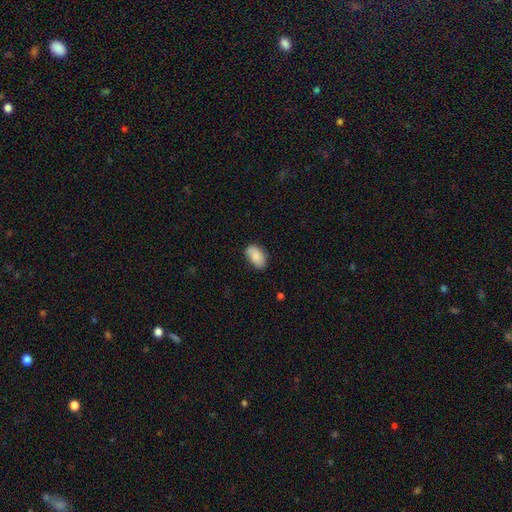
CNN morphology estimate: Smooth or featured?
  - smooth: 82% *
  - featured or disk: 11%
  - star or artifact: 7%
How rounded?
  - in between: 93% *
  - round: 6%
  - cigar-shaped: 2%
Merging?
  - none: 71% *
  - minor disturbance: 23%
  - major disturbance: 4%
  - merger: 2%